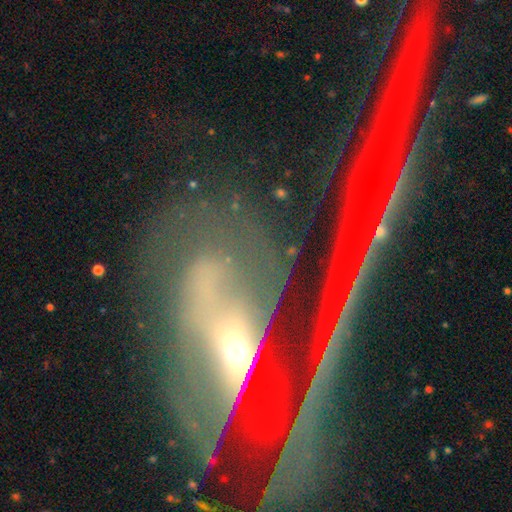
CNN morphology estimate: smooth-or-featured: featured or disk: 58% | star or artifact: 27% | smooth: 15%
  disk-edge-on: no: 73% | yes: 27%
  merging: none: 56% | major disturbance: 19% | minor disturbance: 17% | merger: 8%